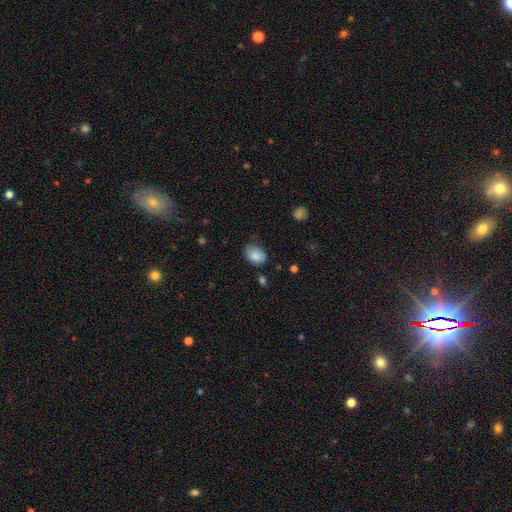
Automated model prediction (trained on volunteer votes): The model was most divided on "merging": none: 62%, minor disturbance: 29%, major disturbance: 6%, merger: 2%. More confident: smooth or featured — smooth (84%); how rounded — in between (78%).